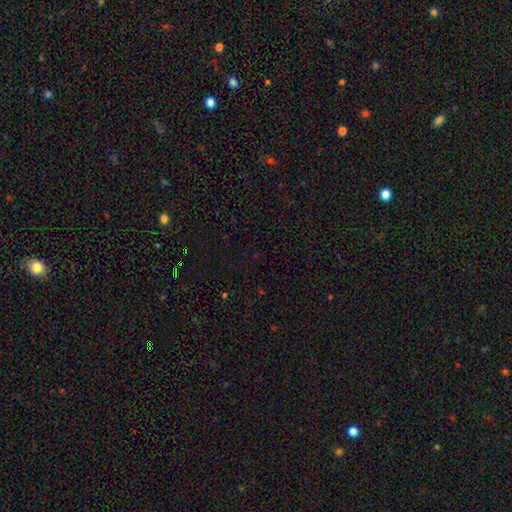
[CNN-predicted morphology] smooth_or_featured: star or artifact (p=0.67) [alt: smooth p=0.25]